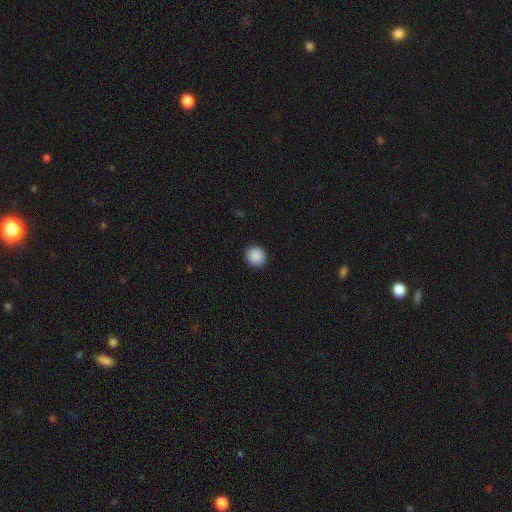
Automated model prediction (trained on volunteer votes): A smooth galaxy with no disk features (89%) that is round (89%). Merging: none (92%).